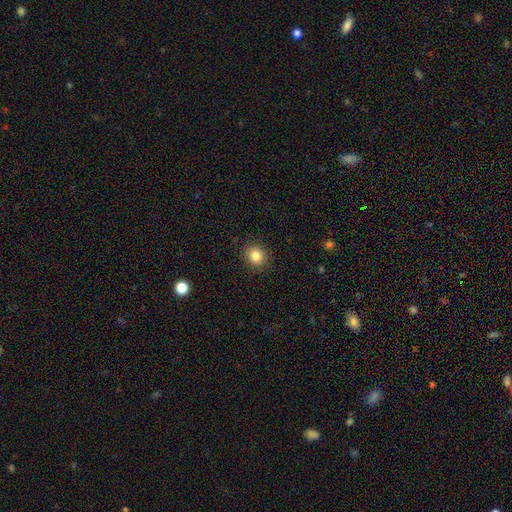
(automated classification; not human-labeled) smooth 84%, star or artifact 10%, featured or disk 6%. Down the decision tree: how rounded — round (78%); merging — none (90%).